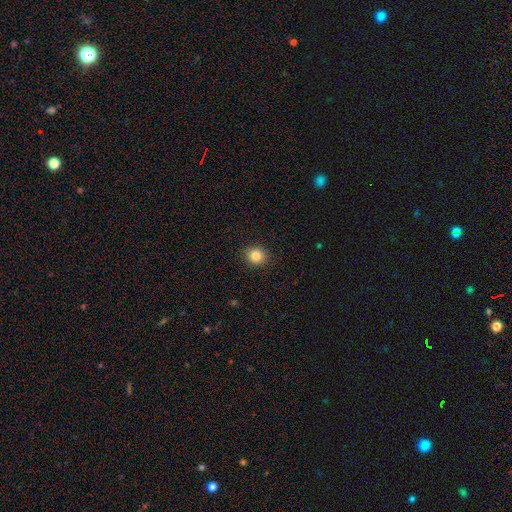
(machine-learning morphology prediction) This is clearly a smooth galaxy (84%). How rounded: clearly round (87%). Merging: clearly none (91%).